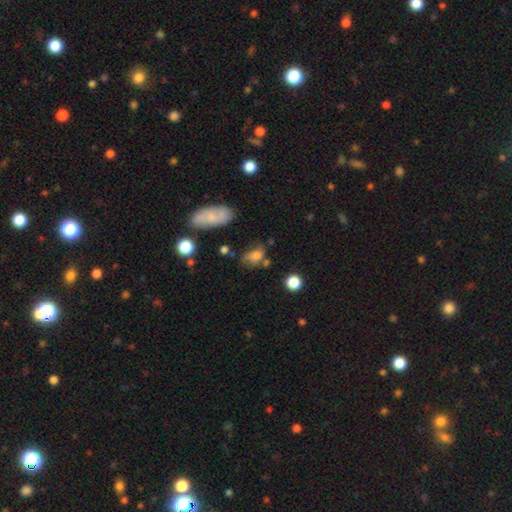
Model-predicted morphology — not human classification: Overall: smooth (65%). How rounded: in between (77%). Merging: none (45%; minor disturbance 27%).